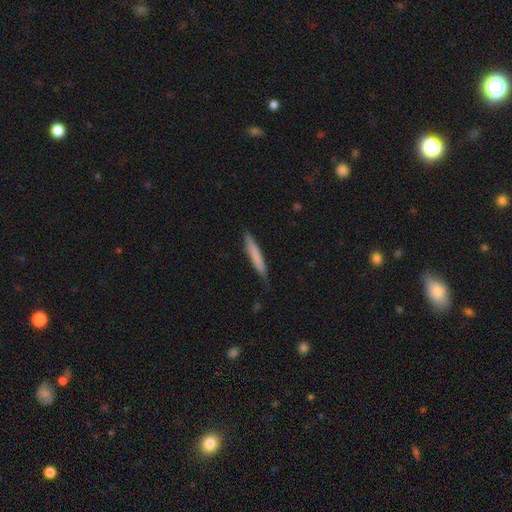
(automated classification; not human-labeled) Smooth or featured? Predicted: smooth (p=0.72). How rounded? Predicted: cigar-shaped (p=0.95). Merging? Predicted: none (p=0.83).